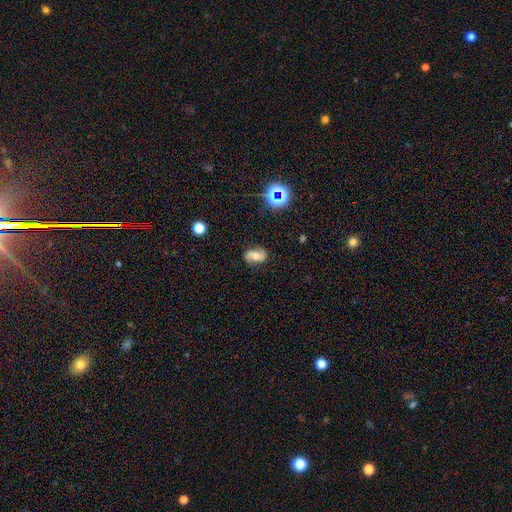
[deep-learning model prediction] This appears to be a featured or disk galaxy (52%). Merging: none (79%).